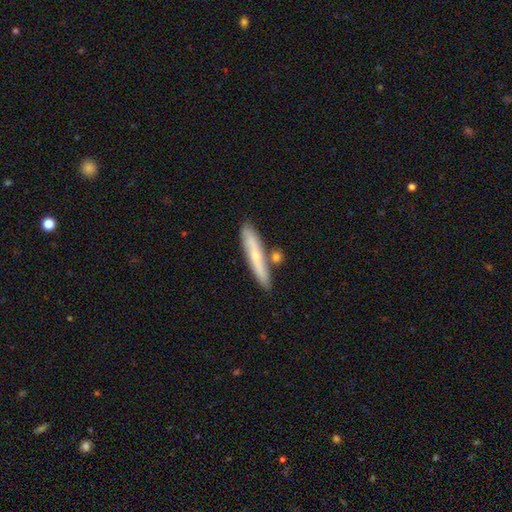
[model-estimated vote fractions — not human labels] Smooth or featured? smooth (49%)
Merging? none (75%)